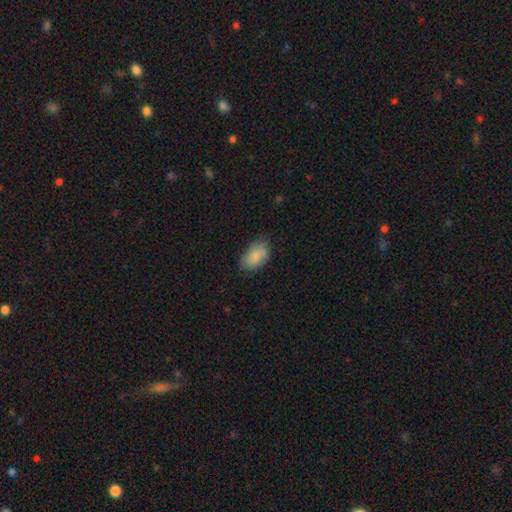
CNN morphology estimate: This is likely a smooth galaxy (76%). How rounded: clearly in between (91%). Merging: likely none (66%).